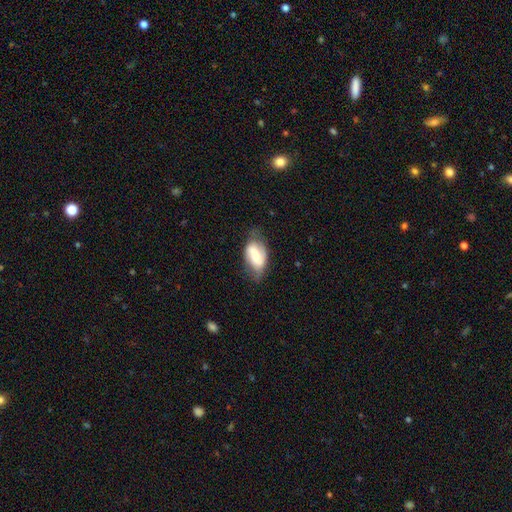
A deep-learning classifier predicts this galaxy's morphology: Smooth or featured? featured or disk (50%)
Merging? none (52%)